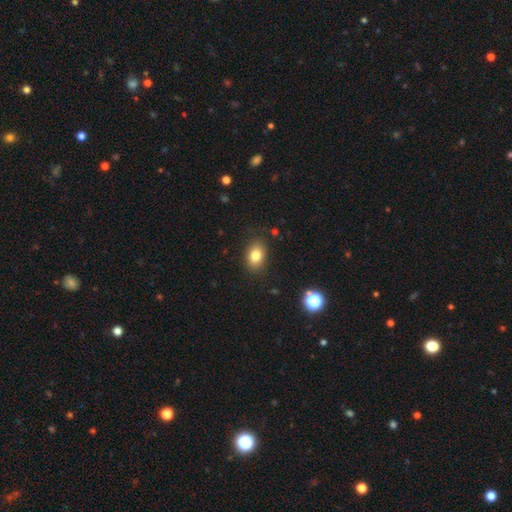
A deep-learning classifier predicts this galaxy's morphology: Smooth or featured: smooth — 80% (star or artifact — 10%)
How rounded: in between — 78% (round — 21%)
Merging: none — 85% (minor disturbance — 10%)